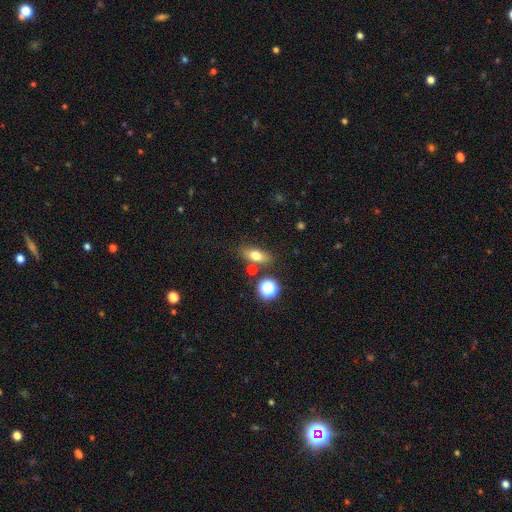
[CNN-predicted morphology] The model was most divided on "smooth or featured": smooth: 73%, featured or disk: 15%, star or artifact: 12%. More confident: merging — none (74%); how rounded — in between (74%).